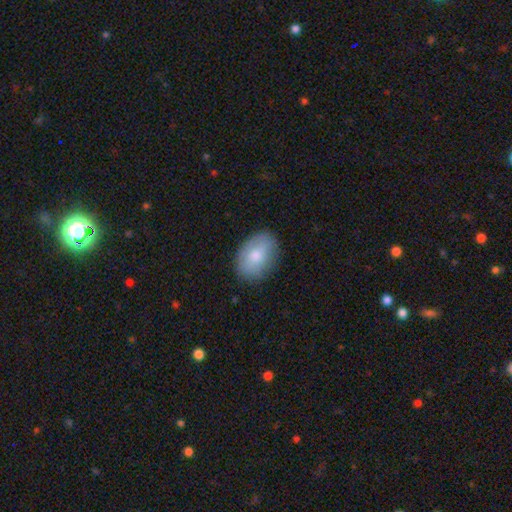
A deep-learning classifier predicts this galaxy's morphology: type=smooth (75%); roundness=in between (84%); merging=none (81%).